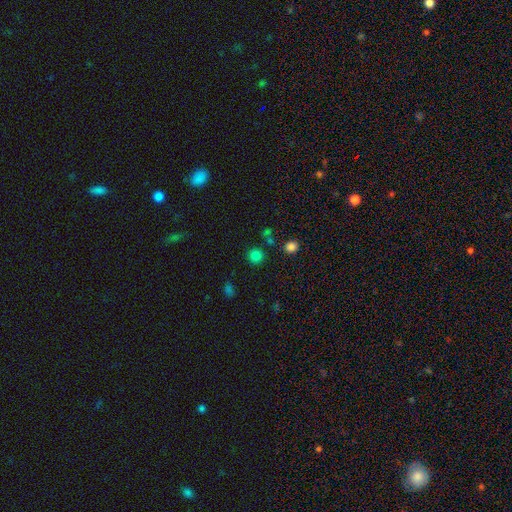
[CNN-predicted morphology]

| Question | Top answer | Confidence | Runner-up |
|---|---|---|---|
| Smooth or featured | smooth | 80% | star or artifact (15%) |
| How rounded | round | 93% | in between (6%) |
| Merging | none | 85% | minor disturbance (7%) |